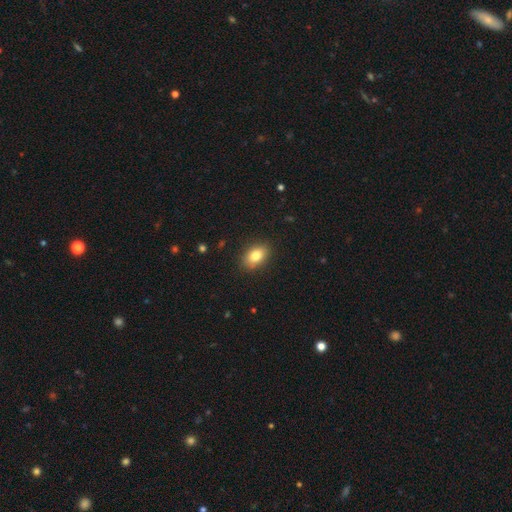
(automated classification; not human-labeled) The model was most divided on "how rounded": in between: 85%, round: 13%, cigar-shaped: 2%. More confident: merging — none (87%); smooth or featured — smooth (82%).